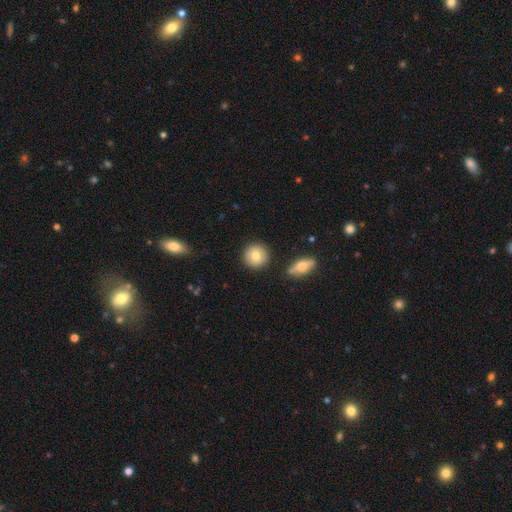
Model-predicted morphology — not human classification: Overall: smooth (78%). How rounded: round (93%). Merging: none (88%).